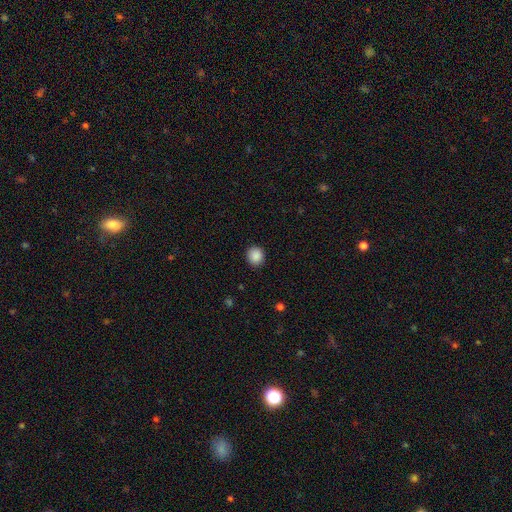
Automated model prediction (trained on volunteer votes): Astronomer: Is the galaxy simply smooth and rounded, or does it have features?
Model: smooth — 88%.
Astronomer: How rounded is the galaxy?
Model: round — 89%.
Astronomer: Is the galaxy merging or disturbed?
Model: none — 90%.